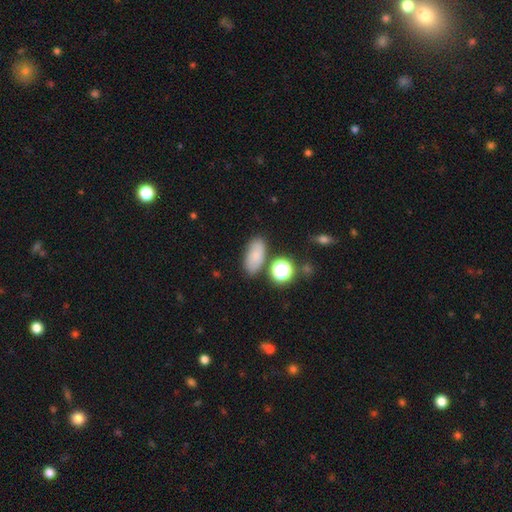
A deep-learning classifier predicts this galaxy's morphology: smooth_or_featured: smooth (p=0.75) [alt: star or artifact p=0.14]
how_rounded: in between (p=0.84) [alt: round p=0.10]
merging: none (p=0.74) [alt: minor disturbance p=0.14]